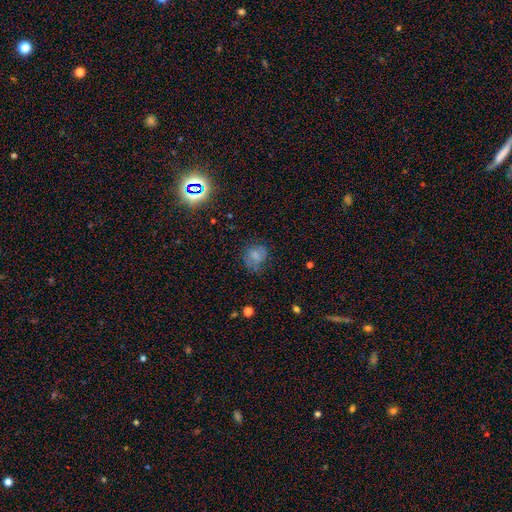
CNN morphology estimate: Smooth or featured?
  - smooth: 66% *
  - featured or disk: 19%
  - star or artifact: 15%
How rounded?
  - round: 64% *
  - in between: 35%
  - cigar-shaped: 1%
Merging?
  - none: 62% *
  - minor disturbance: 24%
  - major disturbance: 12%
  - merger: 2%